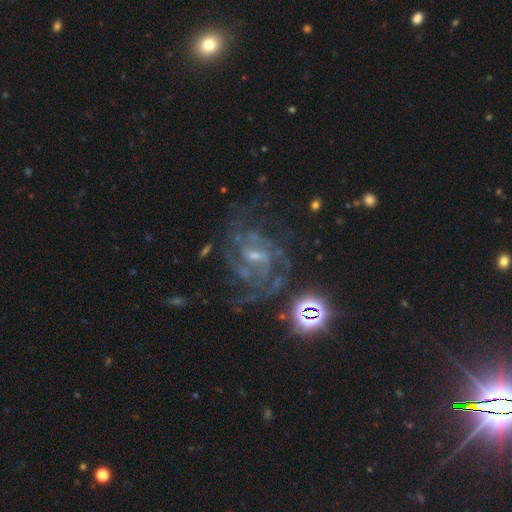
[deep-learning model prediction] A featured or disk galaxy (80%) with a weak bar (55%), medium (48%) spiral arms (93%) and a small central bulge (56%).

Vote fractions:
- Smooth or featured? featured or disk: 80% / star or artifact: 13% / smooth: 7%
- Edge-on disk? no: 97% / yes: 3%
- Bar? weak: 55% / no: 26% / strong: 18%
- Spiral arms? yes: 93% / no: 7%
- Spiral winding? medium: 48% / tight: 37% / loose: 15%
- Spiral arm count? can't tell: 31% / 2: 21% / 3: 21% / 4: 15% / more than 4: 7% / 1: 6%
- Bulge size? small: 56% / moderate: 29% / none: 13% / large: 2% / dominant: 1%
- Merging? none: 58% / major disturbance: 21% / minor disturbance: 18% / merger: 3%